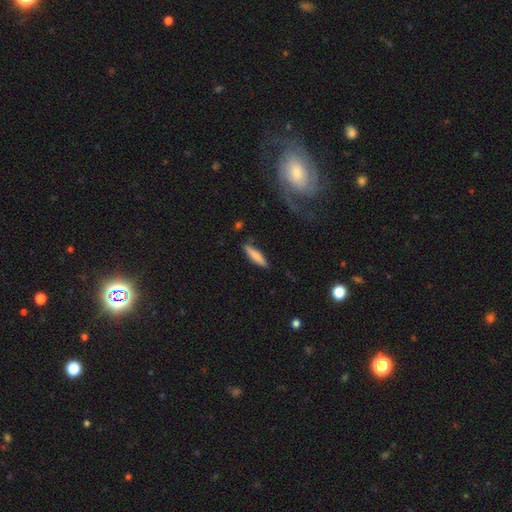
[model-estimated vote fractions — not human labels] Smooth or featured: smooth — 77% (featured or disk — 18%)
How rounded: cigar-shaped — 83% (in between — 15%)
Merging: none — 84% (minor disturbance — 11%)